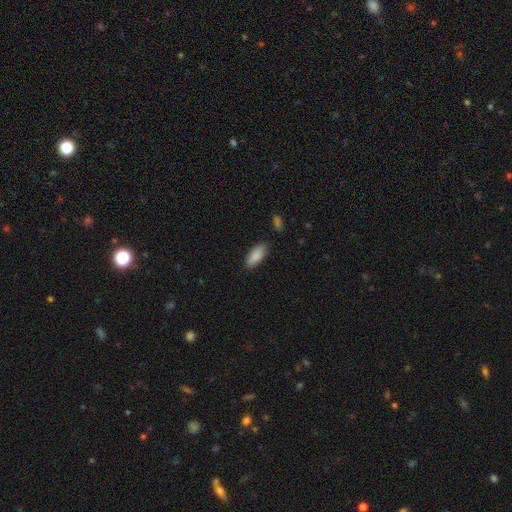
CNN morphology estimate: A smooth galaxy with no disk features (88%) that is in between round and cigar-shaped (85%).

Vote fractions:
- Smooth or featured? smooth: 88% / star or artifact: 6% / featured or disk: 5%
- How rounded? in between: 85% / cigar-shaped: 14% / round: 2%
- Merging? none: 82% / minor disturbance: 13% / major disturbance: 3% / merger: 2%